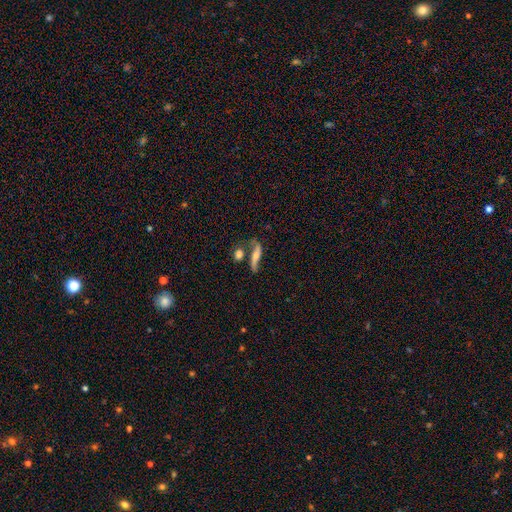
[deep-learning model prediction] Smooth or featured: featured or disk — 56% (smooth — 35%)
Edge-on disk: no — 66% (yes — 34%)
Merging: none — 45% (merger — 25%)